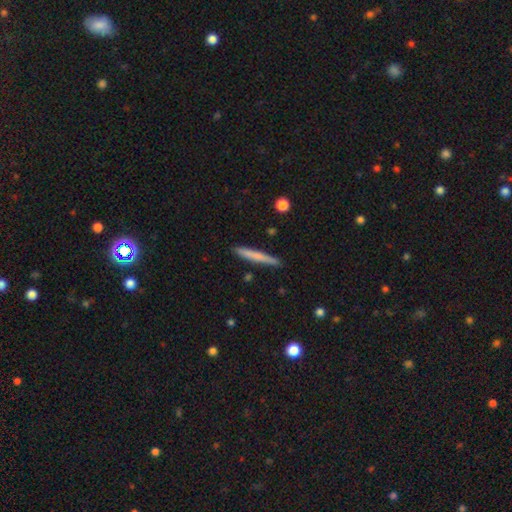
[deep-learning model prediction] smooth 69%, featured or disk 25%, star or artifact 6%. Down the decision tree: how rounded — cigar-shaped (96%); merging — none (88%).